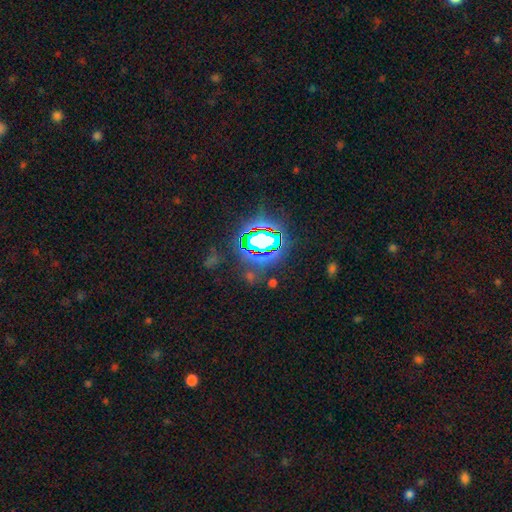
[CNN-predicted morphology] star or artifact 81%, smooth 11%, featured or disk 7%.